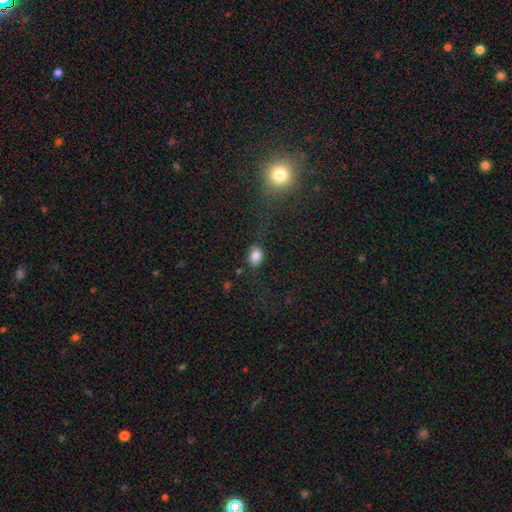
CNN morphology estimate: Smooth or featured: smooth — 81% (star or artifact — 11%)
How rounded: in between — 74% (round — 25%)
Merging: none — 73% (minor disturbance — 17%)